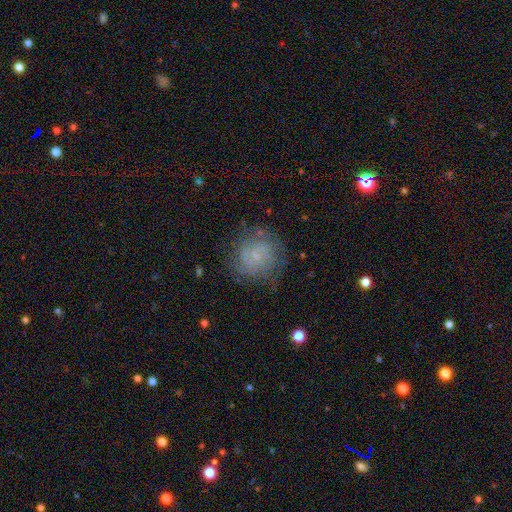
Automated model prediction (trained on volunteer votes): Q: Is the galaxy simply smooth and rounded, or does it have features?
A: featured or disk — 64%.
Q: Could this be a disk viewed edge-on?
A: no — 98%.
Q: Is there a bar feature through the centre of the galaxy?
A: no — 66%.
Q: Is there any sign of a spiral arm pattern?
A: yes — 88%.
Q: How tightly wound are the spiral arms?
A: tight — 57%.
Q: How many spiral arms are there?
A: can't tell — 37%.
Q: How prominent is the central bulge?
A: small — 71%.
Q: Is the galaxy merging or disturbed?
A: none — 73%.